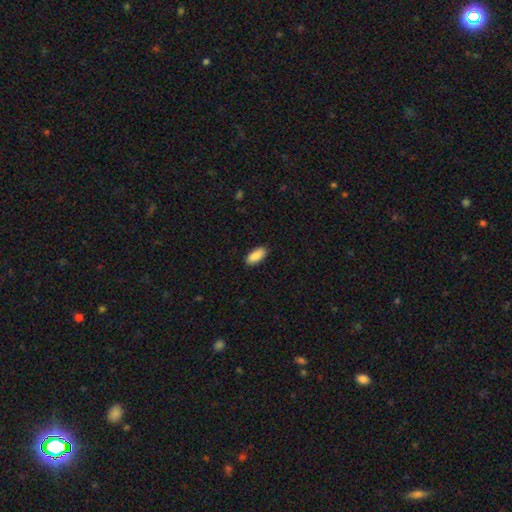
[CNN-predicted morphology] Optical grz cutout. It shows a smooth galaxy with no disk features (89%) that is in between round and cigar-shaped (90%). Merging: none (89%).